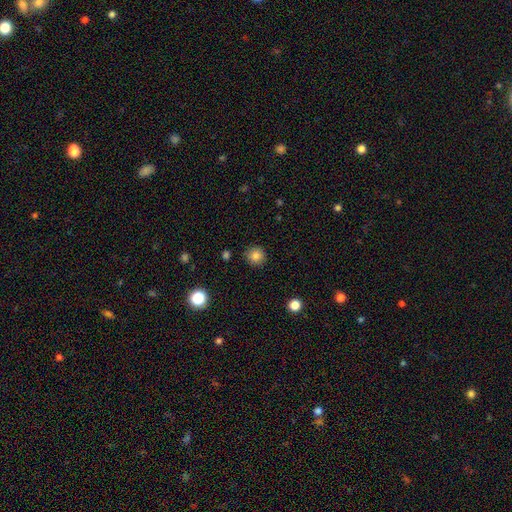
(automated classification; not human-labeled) smooth-or-featured: smooth: 84% | star or artifact: 11% | featured or disk: 5%
  how-rounded: round: 93% | in between: 6% | cigar-shaped: 1%
  merging: none: 89% | minor disturbance: 7% | major disturbance: 2% | merger: 1%